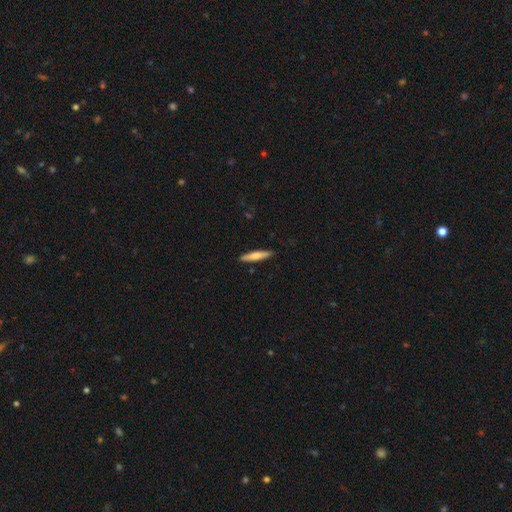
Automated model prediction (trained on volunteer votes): Q: Smooth or featured?
A: smooth (67%); runner-up: featured or disk (28%)
Q: How rounded?
A: cigar-shaped (89%); runner-up: in between (9%)
Q: Merging?
A: none (89%); runner-up: minor disturbance (8%)